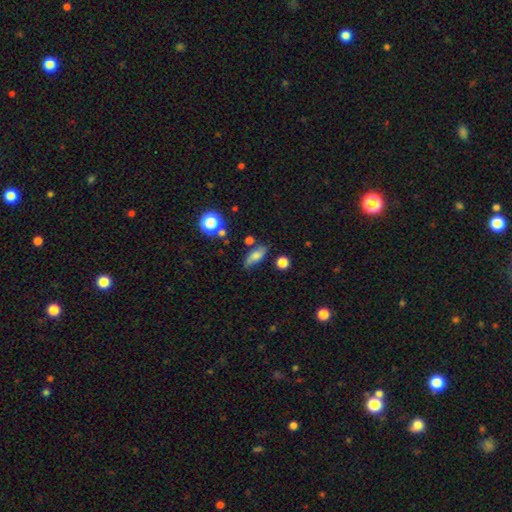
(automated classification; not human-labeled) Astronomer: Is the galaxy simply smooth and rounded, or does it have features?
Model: smooth — 61%.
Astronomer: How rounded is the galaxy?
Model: in between — 69%.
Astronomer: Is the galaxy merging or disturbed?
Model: none — 69%.